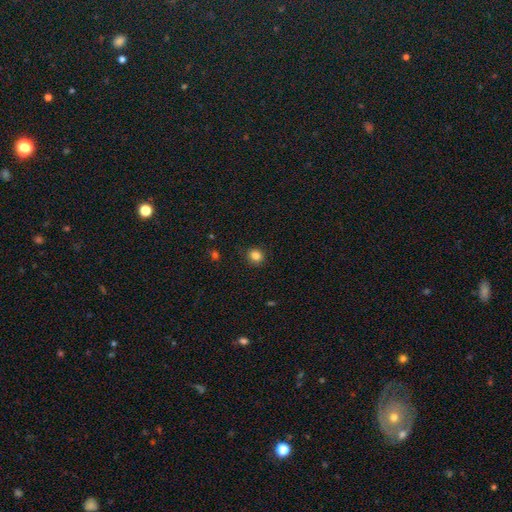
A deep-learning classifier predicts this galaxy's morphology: A smooth galaxy with no disk features (84%) that is round (76%).

Vote fractions:
- Smooth or featured? smooth: 84% / star or artifact: 12% / featured or disk: 4%
- How rounded? round: 76% / in between: 23% / cigar-shaped: 1%
- Merging? none: 89% / minor disturbance: 8% / major disturbance: 2% / merger: 1%